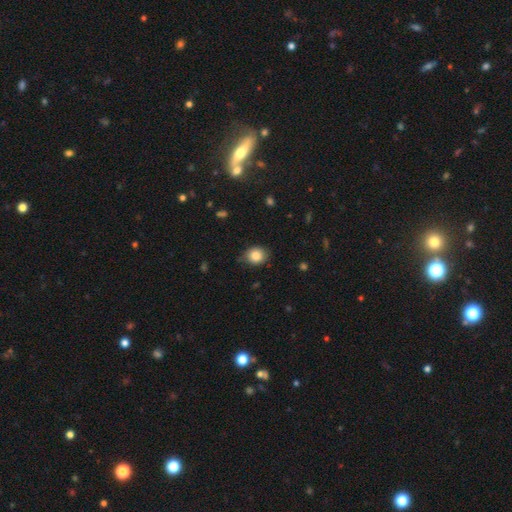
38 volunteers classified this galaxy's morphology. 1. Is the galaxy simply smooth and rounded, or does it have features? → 89% smooth, 5% featured or disk, 5% star or artifact.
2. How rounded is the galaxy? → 74% round, 26% in between, 0% cigar-shaped.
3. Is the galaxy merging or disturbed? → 69% none, 25% minor disturbance, 6% major disturbance, 0% merger.